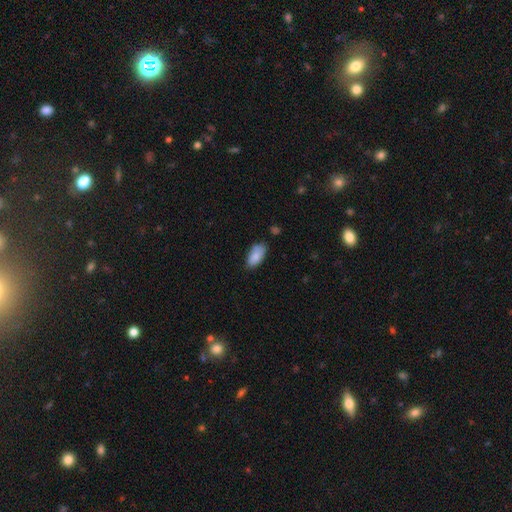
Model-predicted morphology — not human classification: This is clearly a smooth galaxy (85%). How rounded: clearly in between (92%). Merging: likely none (71%).